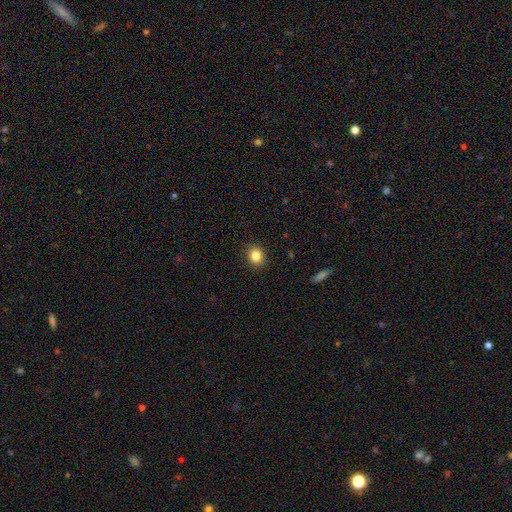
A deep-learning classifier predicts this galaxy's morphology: Q: Smooth or featured?
A: smooth (85%); runner-up: star or artifact (10%)
Q: How rounded?
A: round (67%); runner-up: in between (32%)
Q: Merging?
A: none (89%); runner-up: minor disturbance (8%)